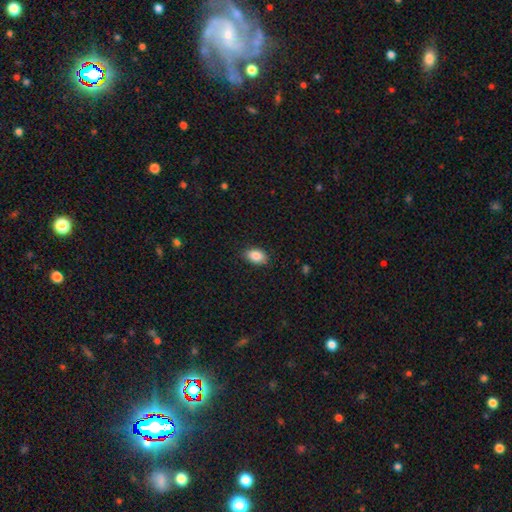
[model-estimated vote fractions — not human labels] This appears to be a smooth galaxy with no disk features (87%) that is in between round and cigar-shaped (88%). Merging: none (87%).